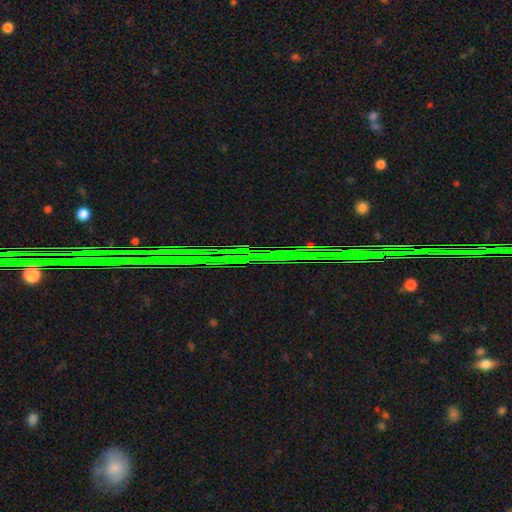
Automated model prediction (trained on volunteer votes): Q: Smooth or featured?
A: star or artifact (85%); runner-up: featured or disk (8%)